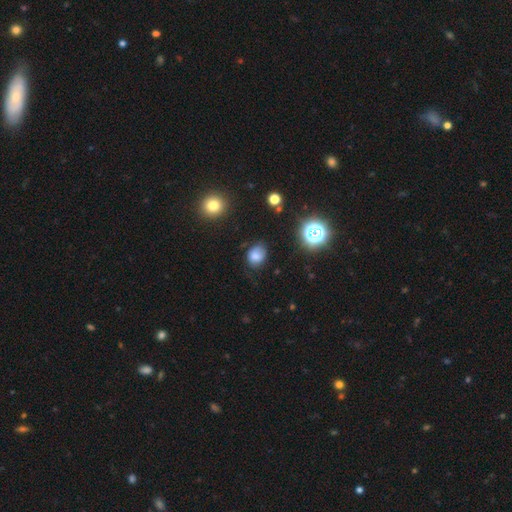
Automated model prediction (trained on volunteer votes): Smooth or featured?
  - smooth: 75% *
  - star or artifact: 14%
  - featured or disk: 10%
How rounded?
  - in between: 56% *
  - round: 43%
  - cigar-shaped: 1%
Merging?
  - none: 64% *
  - minor disturbance: 26%
  - major disturbance: 8%
  - merger: 2%